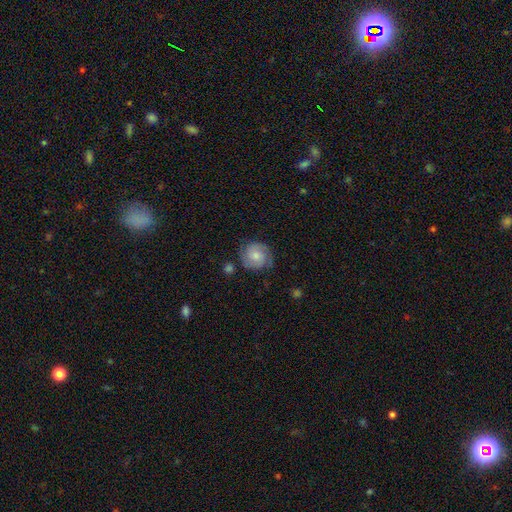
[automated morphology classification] Smooth or featured: featured or disk — 50% (smooth — 42%)
Edge-on disk: no — 97% (yes — 3%)
Merging: none — 72% (minor disturbance — 19%)